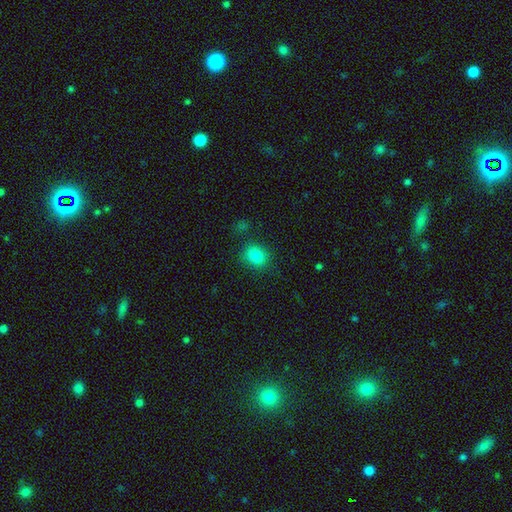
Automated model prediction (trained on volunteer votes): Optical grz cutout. It shows a smooth galaxy with no disk features (84%) that is round (52%). Merging: none (80%).